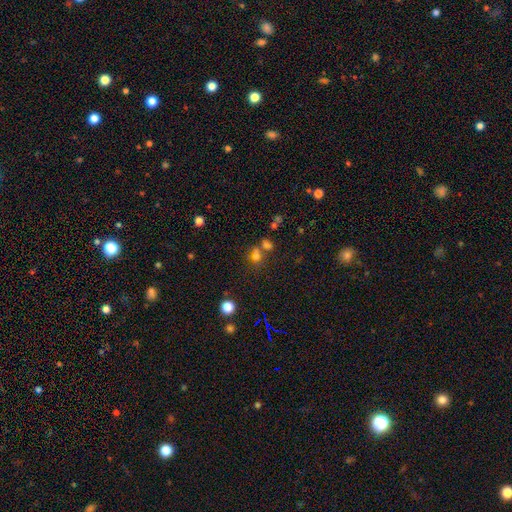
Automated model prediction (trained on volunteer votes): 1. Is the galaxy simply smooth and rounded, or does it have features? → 63% smooth, 25% star or artifact, 12% featured or disk.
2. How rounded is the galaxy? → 55% round, 42% in between, 3% cigar-shaped.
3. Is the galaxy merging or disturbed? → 50% none, 32% merger, 12% minor disturbance, 6% major disturbance.